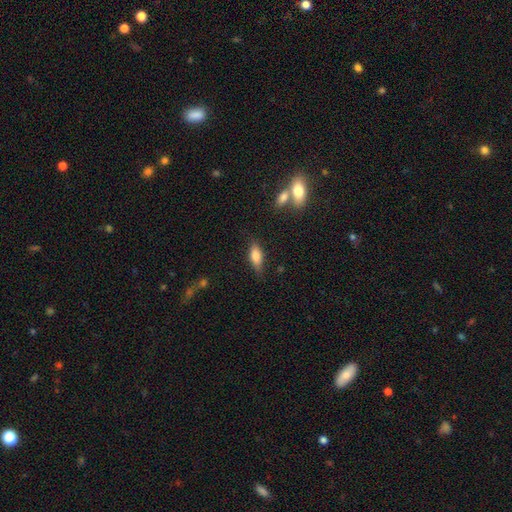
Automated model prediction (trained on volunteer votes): Q: Smooth or featured?
A: smooth (75%); runner-up: featured or disk (18%)
Q: How rounded?
A: in between (74%); runner-up: cigar-shaped (23%)
Q: Merging?
A: none (76%); runner-up: minor disturbance (16%)